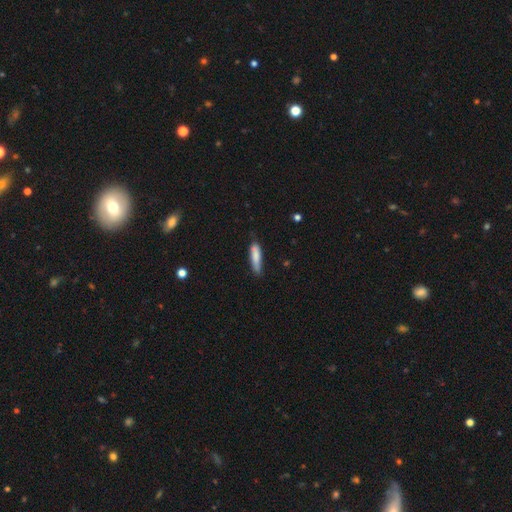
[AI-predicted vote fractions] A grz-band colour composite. It shows a smooth galaxy with no disk features (79%) that is cigar-shaped (73%). Merging: none (69%).